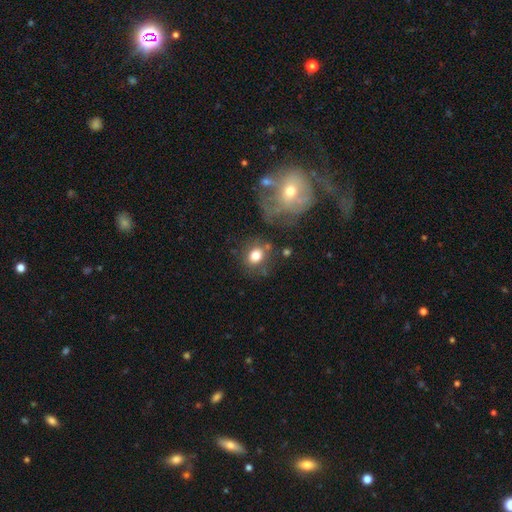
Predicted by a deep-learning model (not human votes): The model was most divided on "how rounded": round: 58%, in between: 40%, cigar-shaped: 1%. More confident: smooth or featured — smooth (78%); merging — none (67%).